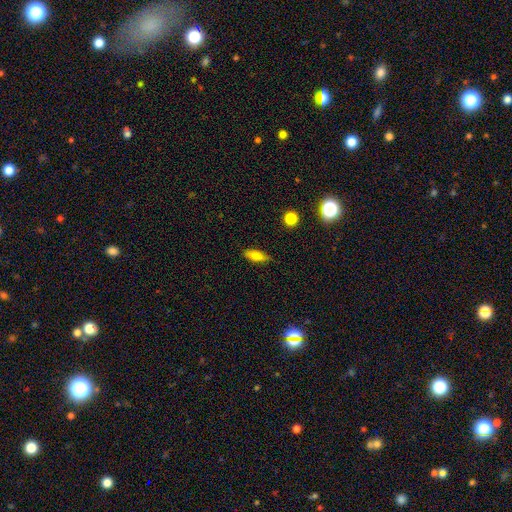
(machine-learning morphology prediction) smooth-or-featured: smooth: 75% | featured or disk: 16% | star or artifact: 9%
  how-rounded: in between: 65% | cigar-shaped: 32% | round: 3%
  merging: none: 81% | minor disturbance: 15% | major disturbance: 3% | merger: 1%